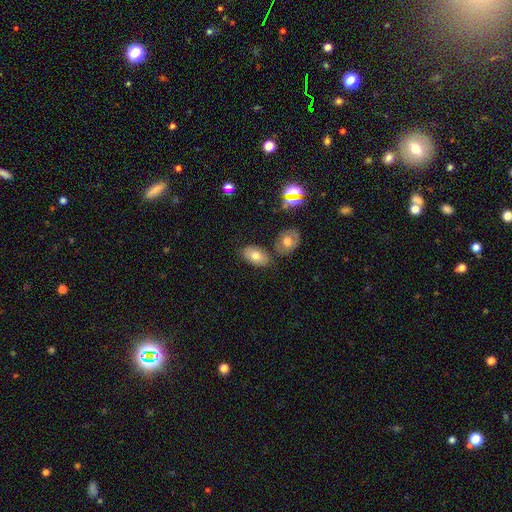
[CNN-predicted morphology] This is likely a smooth galaxy (73%). How rounded: clearly in between (91%). Merging: likely none (71%).